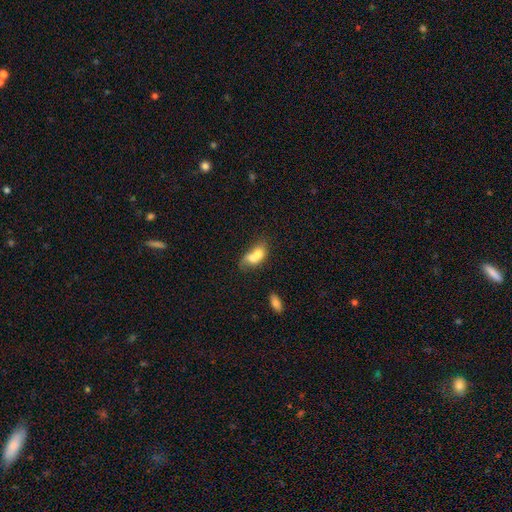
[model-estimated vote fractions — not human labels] Overall: smooth (67%). How rounded: in between (69%). Merging: merger (70%).